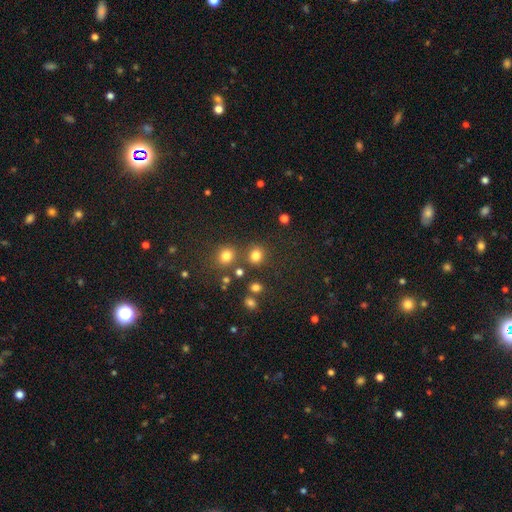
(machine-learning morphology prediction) type=smooth (78%); roundness=round (79%); merging=none (73%).